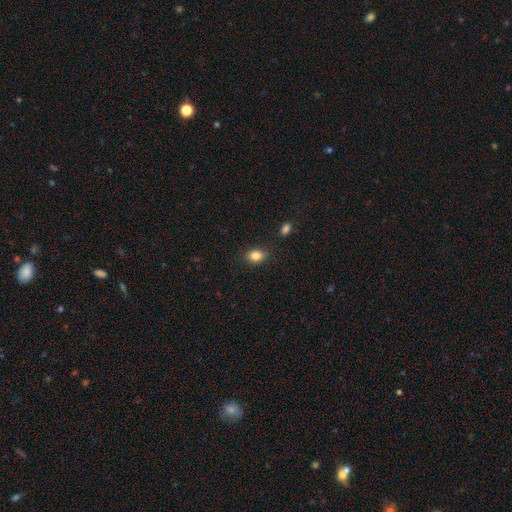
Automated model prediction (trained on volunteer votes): A smooth galaxy with no disk features (85%) that is in between round and cigar-shaped (72%).

Vote fractions:
- Smooth or featured? smooth: 85% / star or artifact: 9% / featured or disk: 5%
- How rounded? in between: 72% / round: 27% / cigar-shaped: 1%
- Merging? none: 85% / minor disturbance: 10% / major disturbance: 3% / merger: 2%